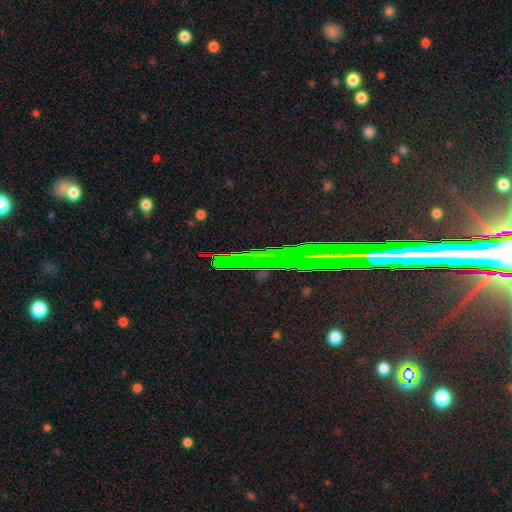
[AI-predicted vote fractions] Overall: star or artifact (54%; featured or disk 30%).